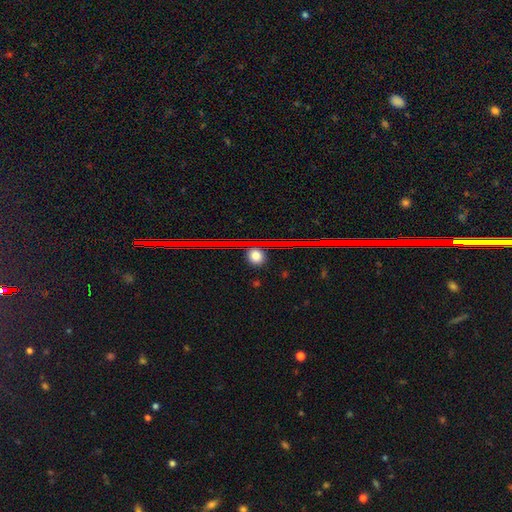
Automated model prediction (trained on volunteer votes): Q: Smooth or featured?
A: smooth (65%); runner-up: star or artifact (27%)
Q: How rounded?
A: round (79%); runner-up: in between (17%)
Q: Merging?
A: none (86%); runner-up: minor disturbance (9%)